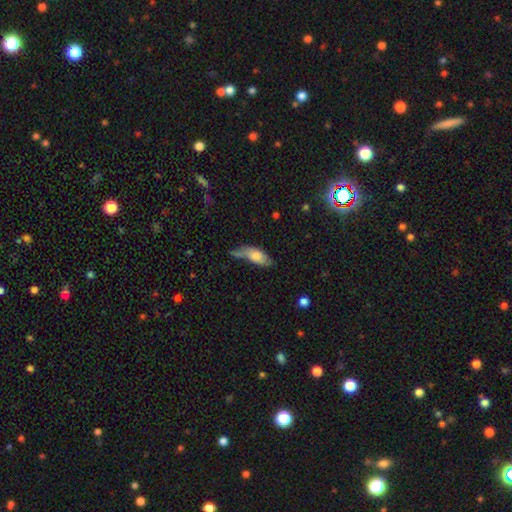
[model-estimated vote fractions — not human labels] Smooth or featured? Predicted: smooth (p=0.74). How rounded? Predicted: in between (p=0.76). Merging? Predicted: none (p=0.39).